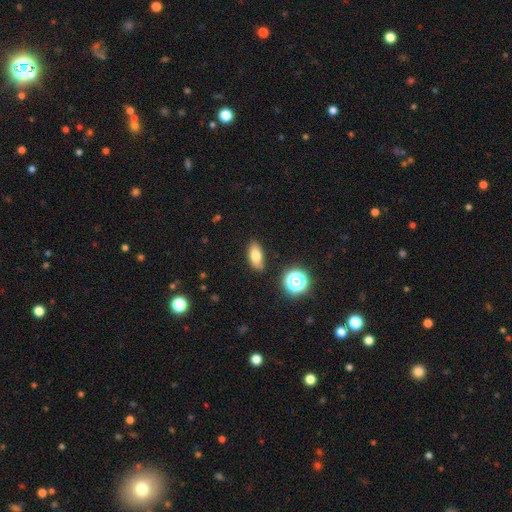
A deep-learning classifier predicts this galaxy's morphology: type=smooth (76%); roundness=in between (80%); merging=none (83%).